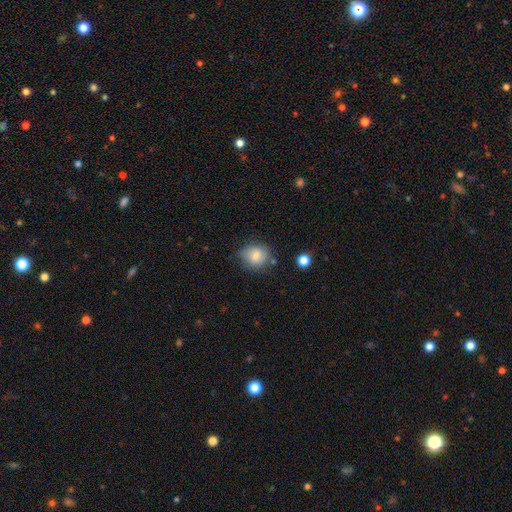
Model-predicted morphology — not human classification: Smooth or featured? Predicted: smooth (p=0.78). How rounded? Predicted: round (p=0.70). Merging? Predicted: none (p=0.71).